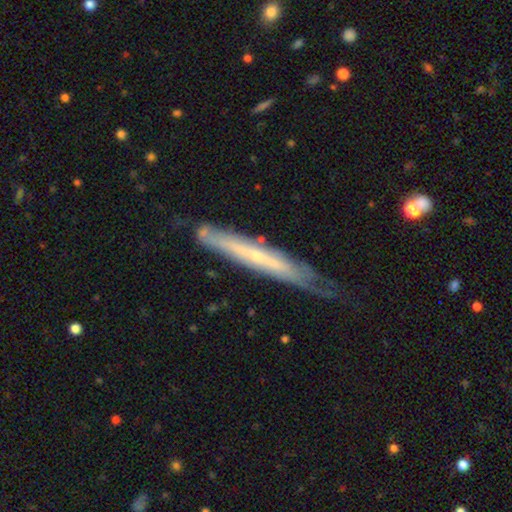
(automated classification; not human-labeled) Smooth or featured?
  - featured or disk: 66% *
  - smooth: 27%
  - star or artifact: 6%
Edge-on disk?
  - yes: 78% *
  - no: 22%
Edge-on bulge?
  - none: 63% *
  - rounded: 33%
  - boxy: 4%
Merging?
  - none: 63% *
  - minor disturbance: 27%
  - major disturbance: 8%
  - merger: 2%